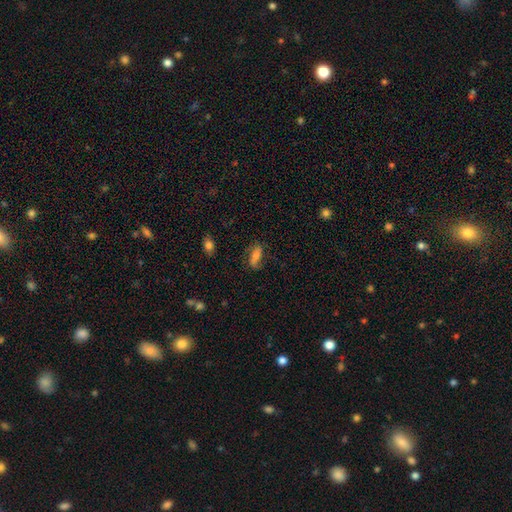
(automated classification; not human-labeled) Smooth or featured? Predicted: smooth (p=0.54). How rounded? Predicted: in between (p=0.67). Merging? Predicted: none (p=0.67).